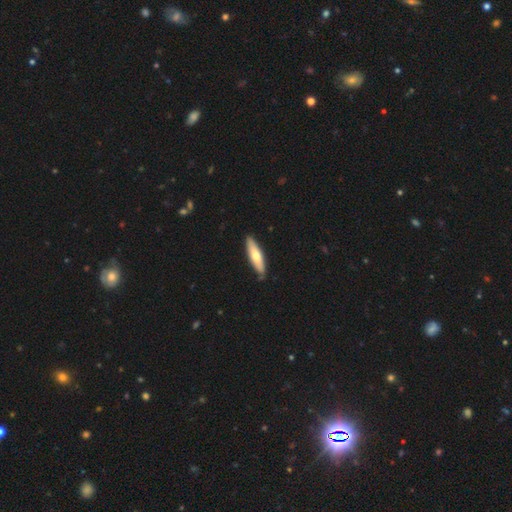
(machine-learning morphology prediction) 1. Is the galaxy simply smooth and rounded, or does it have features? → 60% smooth, 35% featured or disk, 5% star or artifact.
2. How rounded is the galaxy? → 68% cigar-shaped, 30% in between, 2% round.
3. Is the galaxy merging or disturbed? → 86% none, 11% minor disturbance, 2% major disturbance, 1% merger.